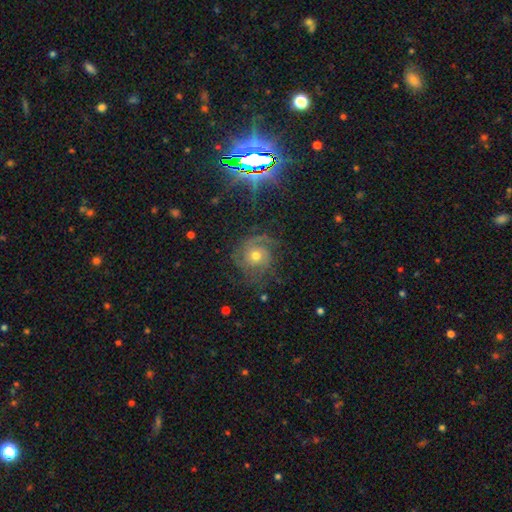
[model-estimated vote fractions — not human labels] This appears to be a featured or disk galaxy (75%) with no bar (79%), 3 (35%) tight (53%) spiral arms (95%) and a moderate central bulge (68%). Merging: none (70%).